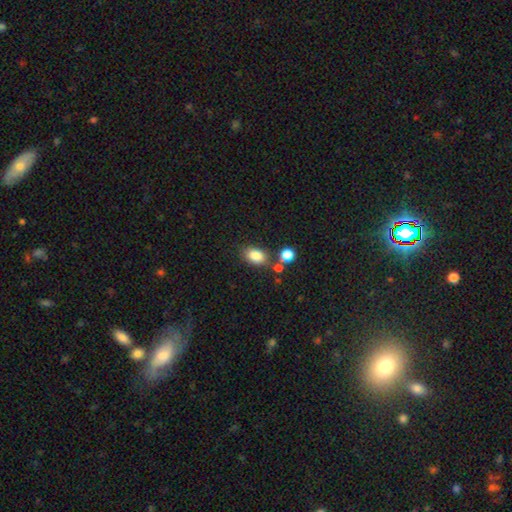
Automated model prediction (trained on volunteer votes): smooth 84%, star or artifact 10%, featured or disk 7%. Down the decision tree: how rounded — in between (81%); merging — none (69%).